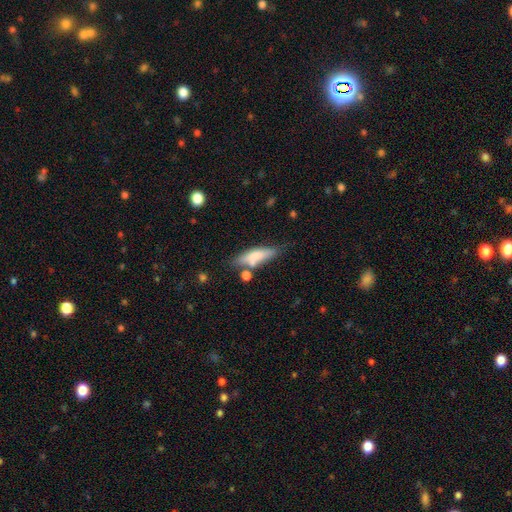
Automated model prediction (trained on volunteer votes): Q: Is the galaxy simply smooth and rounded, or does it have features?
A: smooth — 68%.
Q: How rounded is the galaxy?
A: cigar-shaped — 57%.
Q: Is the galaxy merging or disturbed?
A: none — 61%.